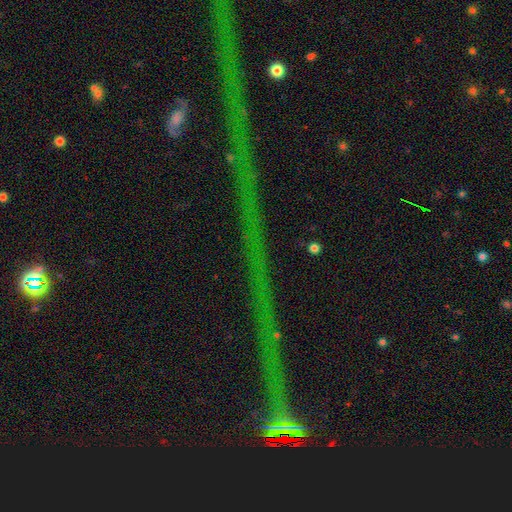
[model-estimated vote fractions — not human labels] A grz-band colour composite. It shows a star or artifact, not a galaxy (69%).